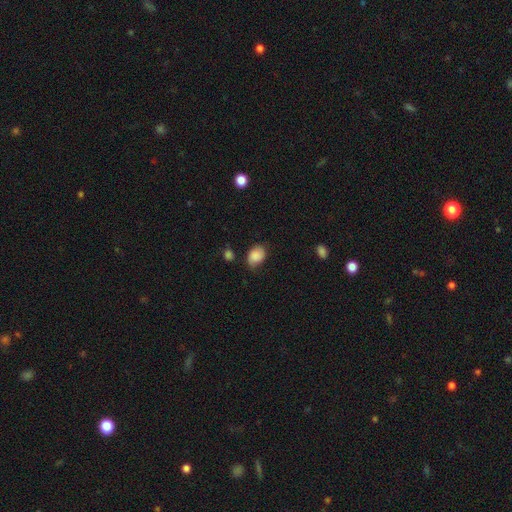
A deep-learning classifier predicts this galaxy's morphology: This appears to be a smooth galaxy with no disk features (84%) that is in between round and cigar-shaped (69%). Merging: none (66%).